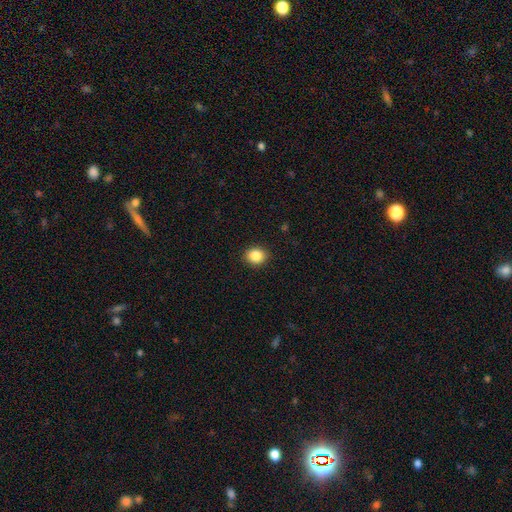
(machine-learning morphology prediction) Q: Smooth or featured?
A: smooth (86%); runner-up: star or artifact (9%)
Q: How rounded?
A: round (67%); runner-up: in between (32%)
Q: Merging?
A: none (91%); runner-up: minor disturbance (6%)